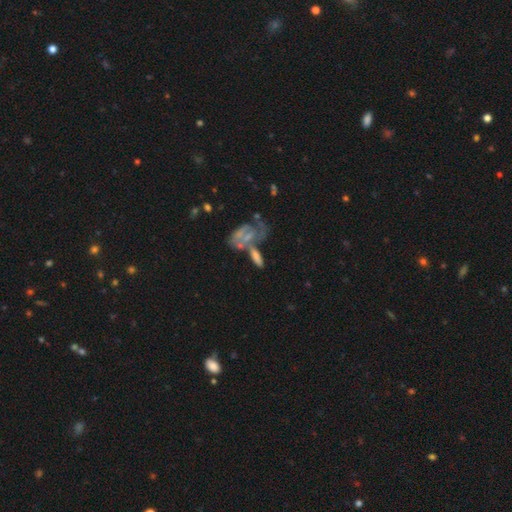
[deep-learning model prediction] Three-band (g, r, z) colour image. It shows a featured or disk galaxy (45%). Merging: merger (41%).